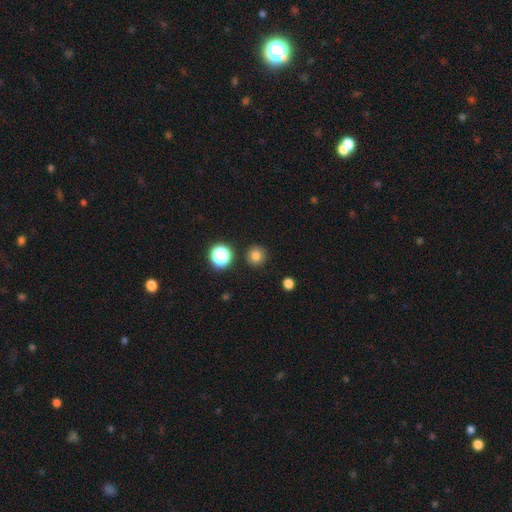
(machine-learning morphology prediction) Smooth or featured? smooth (79%)
How rounded? round (94%)
Merging? none (89%)